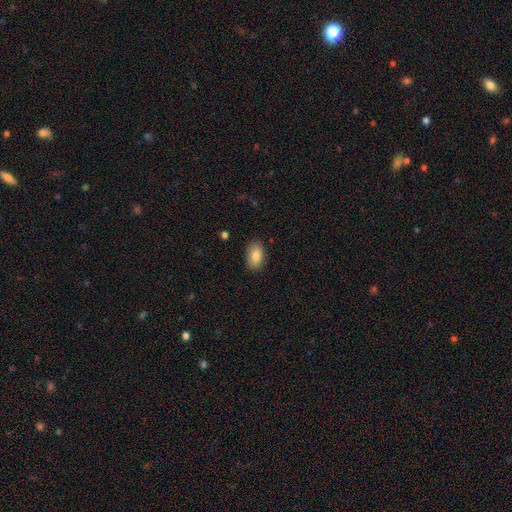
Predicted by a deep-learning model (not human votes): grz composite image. It shows a smooth galaxy with no disk features (85%) that is in between round and cigar-shaped (93%). Merging: none (88%).